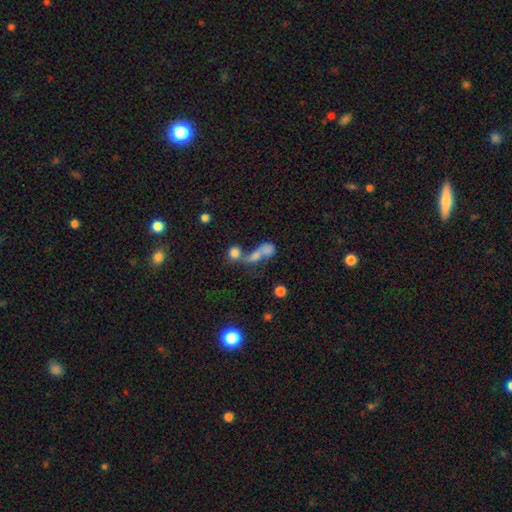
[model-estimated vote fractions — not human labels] smooth_or_featured: smooth (p=0.63) [alt: featured or disk p=0.21]
how_rounded: in between (p=0.56) [alt: round p=0.31]
merging: merger (p=0.61) [alt: none p=0.20]